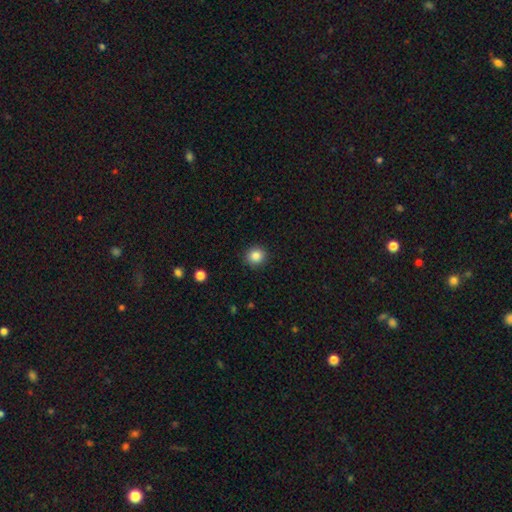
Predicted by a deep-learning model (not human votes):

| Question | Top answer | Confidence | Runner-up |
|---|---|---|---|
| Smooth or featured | smooth | 86% | star or artifact (10%) |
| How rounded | round | 90% | in between (9%) |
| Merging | none | 91% | minor disturbance (6%) |